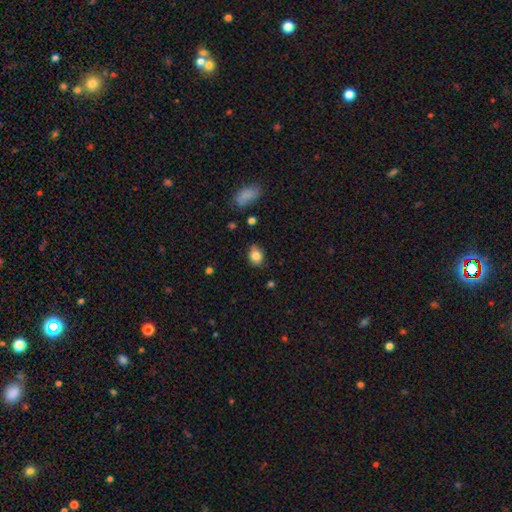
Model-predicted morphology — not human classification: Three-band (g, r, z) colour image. It shows a smooth galaxy with no disk features (83%) that is in between round and cigar-shaped (55%). Merging: none (74%).